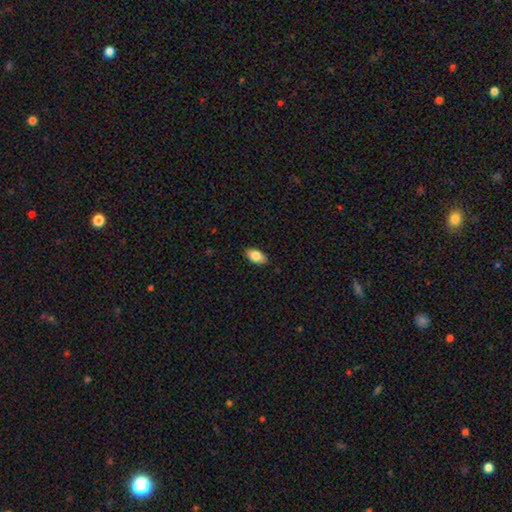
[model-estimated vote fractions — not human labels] Smooth or featured: smooth — 81% (featured or disk — 12%)
How rounded: in between — 91% (cigar-shaped — 5%)
Merging: none — 86% (minor disturbance — 11%)